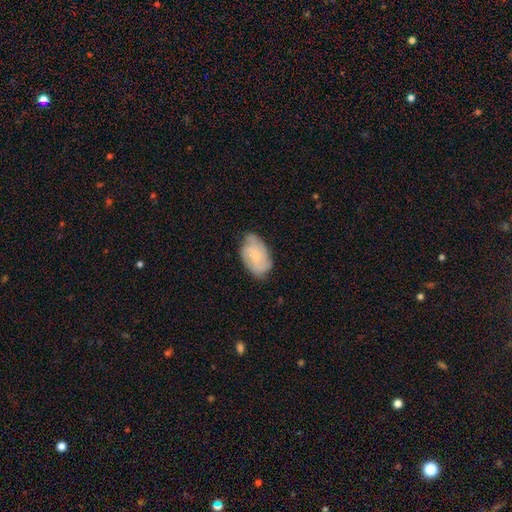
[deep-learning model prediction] A featured or disk galaxy (52%). Merging: none (67%).